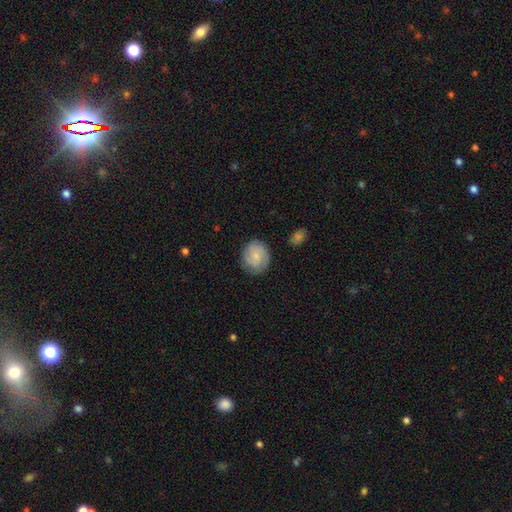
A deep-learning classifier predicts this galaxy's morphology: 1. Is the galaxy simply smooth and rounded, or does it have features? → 70% smooth, 23% featured or disk, 7% star or artifact.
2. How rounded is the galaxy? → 76% round, 23% in between, 1% cigar-shaped.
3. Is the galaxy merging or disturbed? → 81% none, 14% minor disturbance, 4% major disturbance, 2% merger.